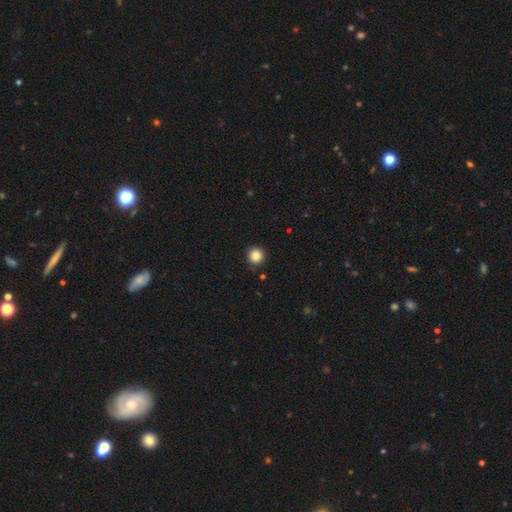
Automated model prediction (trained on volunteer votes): Smooth or featured? Predicted: smooth (p=0.85). How rounded? Predicted: round (p=0.95). Merging? Predicted: none (p=0.91).